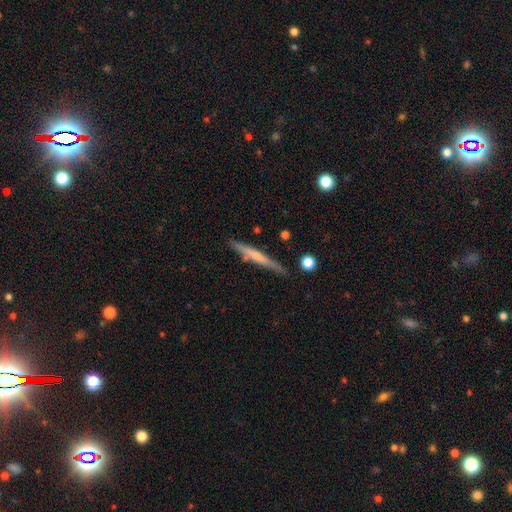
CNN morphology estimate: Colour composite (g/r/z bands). It shows a featured or disk galaxy (51%) viewed edge-on (96%). Merging: none (83%).